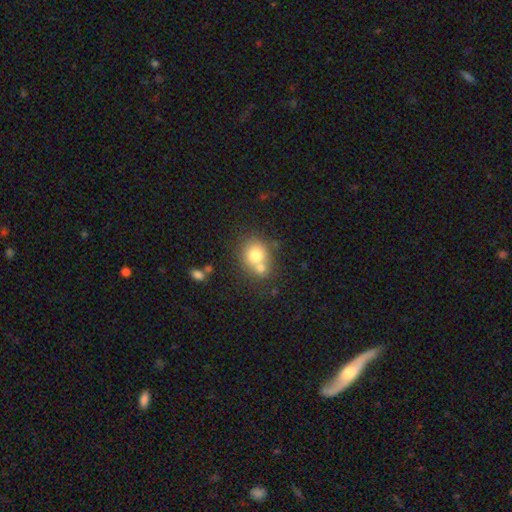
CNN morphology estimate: Smooth or featured: smooth — 73% (featured or disk — 17%)
How rounded: round — 73% (in between — 26%)
Merging: merger — 46% (none — 41%)